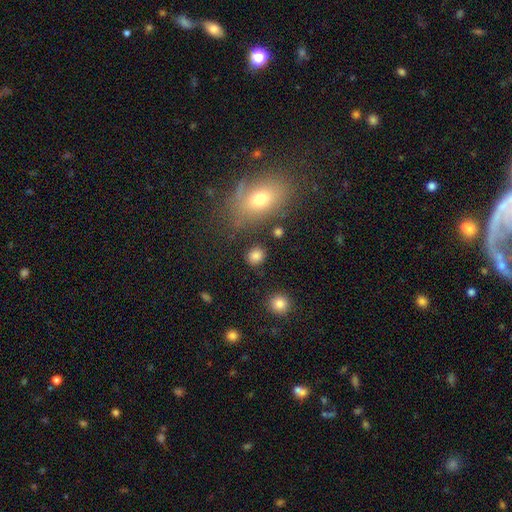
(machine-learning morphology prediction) type=smooth (84%); roundness=round (75%); merging=none (86%).